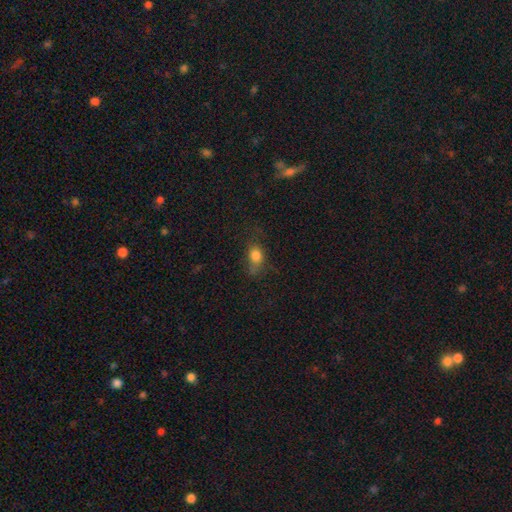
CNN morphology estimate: Q: Smooth or featured?
A: smooth (77%); runner-up: star or artifact (12%)
Q: How rounded?
A: in between (60%); runner-up: round (36%)
Q: Merging?
A: none (49%); runner-up: minor disturbance (29%)